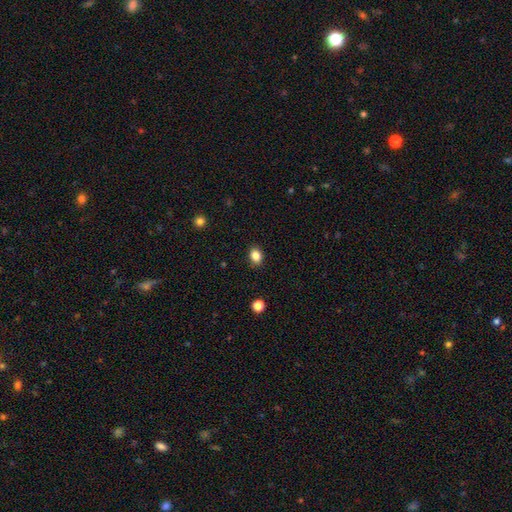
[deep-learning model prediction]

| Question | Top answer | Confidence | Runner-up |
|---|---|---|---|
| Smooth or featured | smooth | 85% | star or artifact (10%) |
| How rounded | in between | 63% | round (36%) |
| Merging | none | 87% | minor disturbance (9%) |